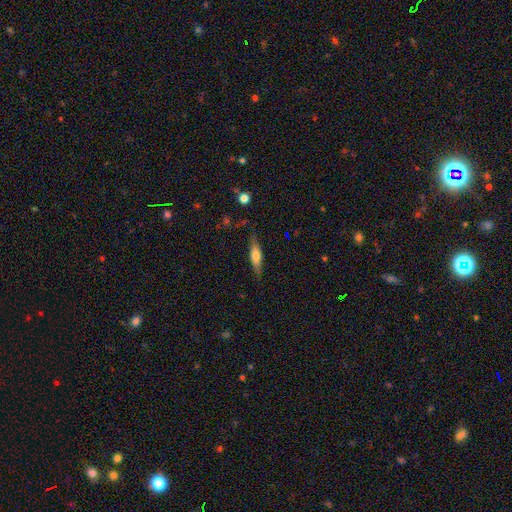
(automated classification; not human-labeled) A smooth galaxy with no disk features (52%) that is cigar-shaped (70%).

Vote fractions:
- Smooth or featured? smooth: 52% / featured or disk: 41% / star or artifact: 7%
- How rounded? cigar-shaped: 70% / in between: 28% / round: 2%
- Merging? none: 80% / minor disturbance: 15% / major disturbance: 4% / merger: 2%